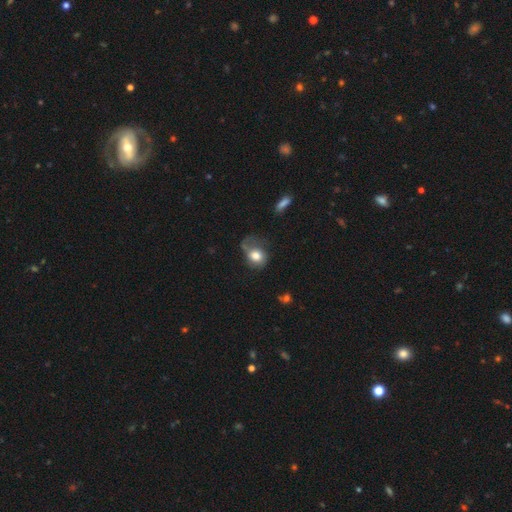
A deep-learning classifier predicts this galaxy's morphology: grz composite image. It shows a smooth galaxy with no disk features (65%) that is round (51%). Merging: major disturbance (35%).